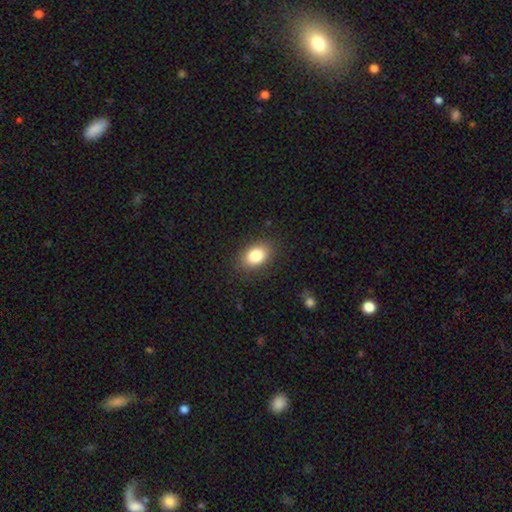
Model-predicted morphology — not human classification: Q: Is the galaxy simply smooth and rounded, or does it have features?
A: smooth — 83%.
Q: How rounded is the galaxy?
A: in between — 84%.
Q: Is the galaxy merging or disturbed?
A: none — 85%.